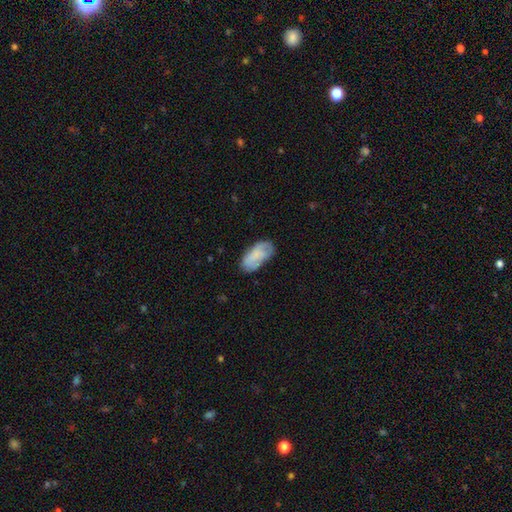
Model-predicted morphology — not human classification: Smooth or featured?
  - smooth: 71% *
  - featured or disk: 22%
  - star or artifact: 7%
How rounded?
  - in between: 93% *
  - cigar-shaped: 4%
  - round: 3%
Merging?
  - none: 62% *
  - minor disturbance: 27%
  - major disturbance: 9%
  - merger: 2%